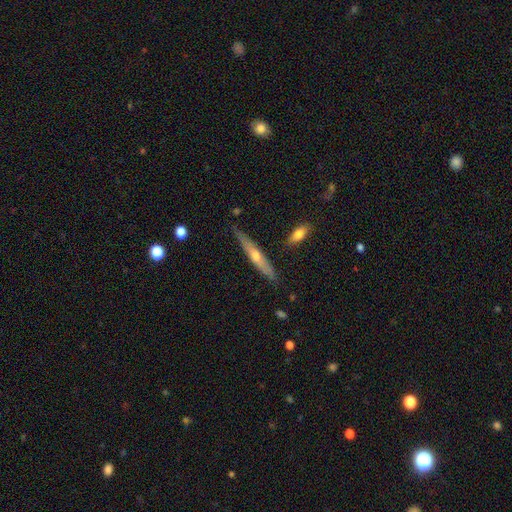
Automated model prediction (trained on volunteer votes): featured or disk 61%, smooth 32%, star or artifact 7%. Down the decision tree: edge-on disk — yes (92%); edge-on bulge — rounded (82%); merging — none (82%).